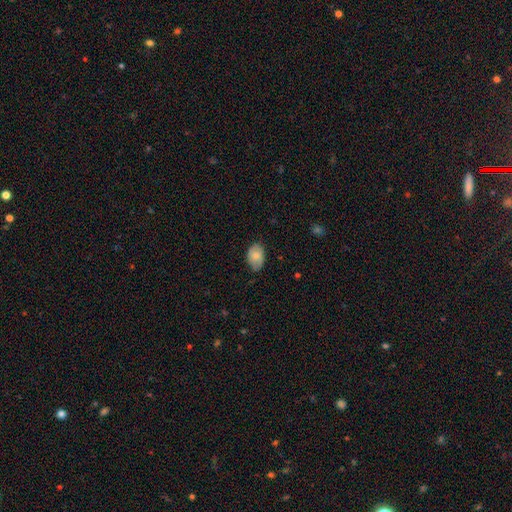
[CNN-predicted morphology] The model was most divided on "merging": none: 68%, minor disturbance: 26%, major disturbance: 4%, merger: 1%. More confident: how rounded — in between (85%); smooth or featured — smooth (77%).